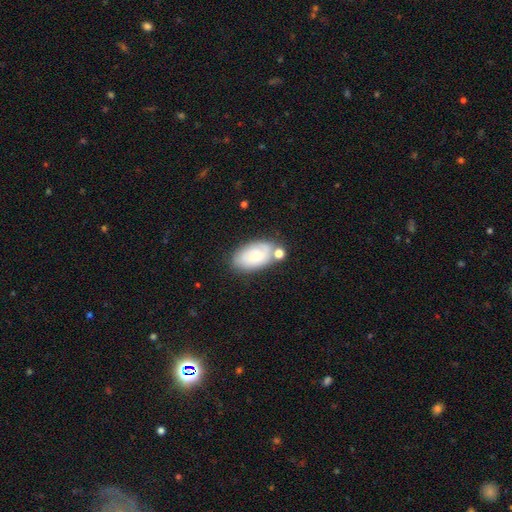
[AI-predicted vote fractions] The model was most divided on "smooth or featured": smooth: 64%, featured or disk: 29%, star or artifact: 7%. More confident: how rounded — in between (93%); merging — none (59%).